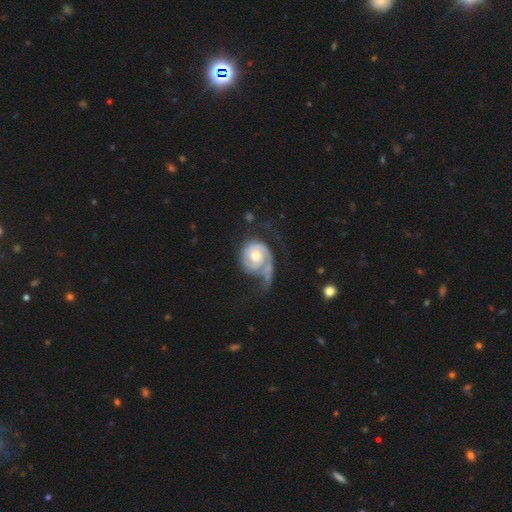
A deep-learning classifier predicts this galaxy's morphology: Smooth or featured?
  - featured or disk: 87% *
  - smooth: 9%
  - star or artifact: 4%
Edge-on disk?
  - no: 98% *
  - yes: 2%
Bar?
  - no: 70% *
  - weak: 25%
  - strong: 5%
Spiral arms?
  - yes: 97% *
  - no: 3%
Spiral winding?
  - tight: 65% *
  - medium: 25%
  - loose: 9%
Spiral arm count?
  - 2: 42% *
  - 1: 37%
  - can't tell: 9%
  - 3: 7%
  - 4: 2%
  - more than 4: 2%
Bulge size?
  - moderate: 60% *
  - small: 22%
  - large: 13%
  - none: 3%
  - dominant: 2%
Merging?
  - none: 44% *
  - major disturbance: 30%
  - minor disturbance: 22%
  - merger: 5%